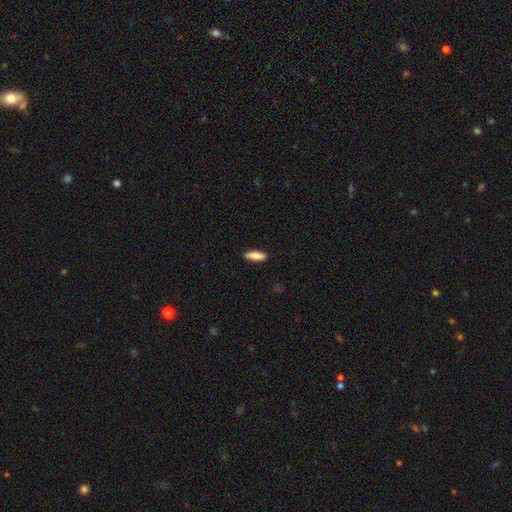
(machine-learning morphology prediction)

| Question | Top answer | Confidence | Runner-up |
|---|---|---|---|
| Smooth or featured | smooth | 83% | featured or disk (11%) |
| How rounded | in between | 57% | cigar-shaped (41%) |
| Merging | none | 89% | minor disturbance (8%) |